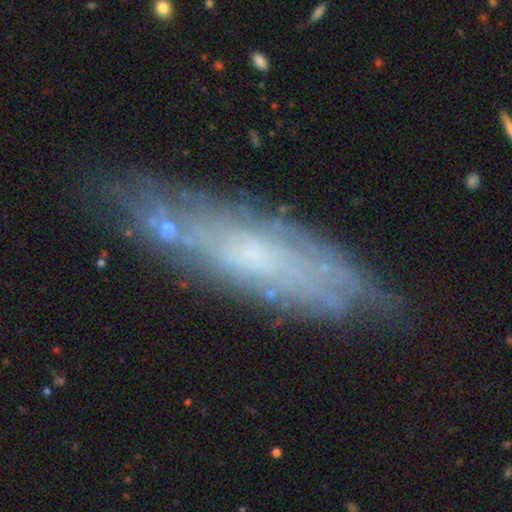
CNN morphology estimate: This appears to be a featured or disk galaxy (60%). Merging: none (73%).